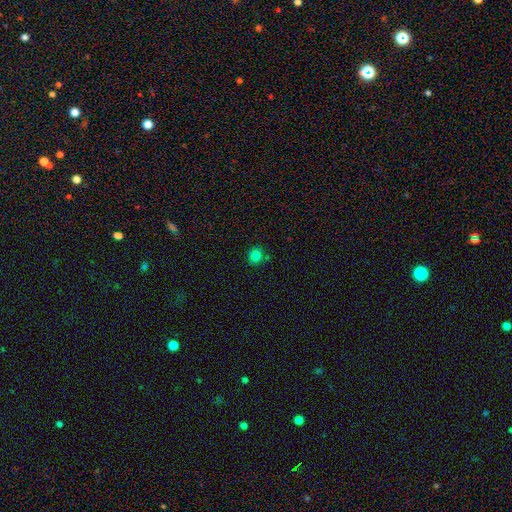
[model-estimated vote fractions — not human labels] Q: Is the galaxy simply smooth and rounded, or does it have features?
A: smooth — 81%.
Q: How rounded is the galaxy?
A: round — 88%.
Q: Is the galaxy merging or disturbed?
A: none — 83%.